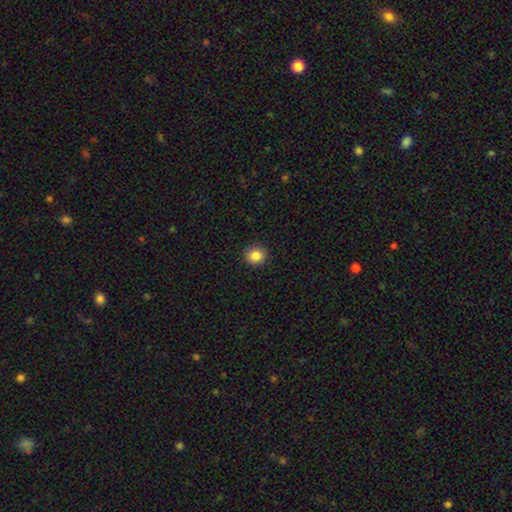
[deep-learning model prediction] This appears to be a smooth galaxy with no disk features (85%) that is round (91%). Merging: none (92%).